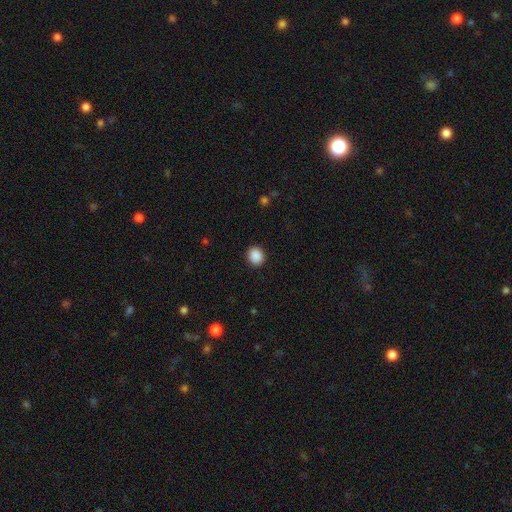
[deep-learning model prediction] Overall: smooth (89%). How rounded: round (75%). Merging: none (91%).